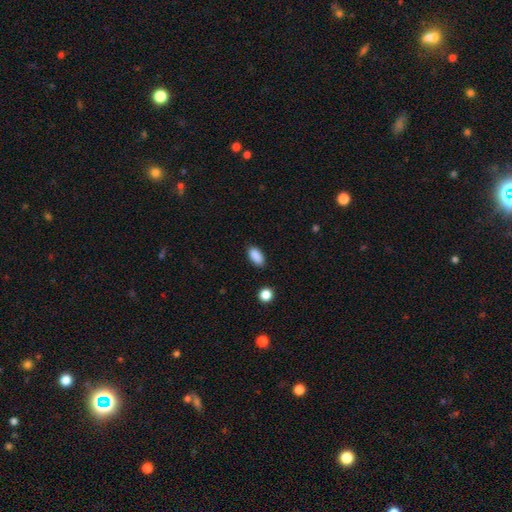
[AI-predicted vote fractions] Q: Smooth or featured?
A: smooth (89%); runner-up: star or artifact (8%)
Q: How rounded?
A: in between (91%); runner-up: cigar-shaped (5%)
Q: Merging?
A: none (86%); runner-up: minor disturbance (10%)